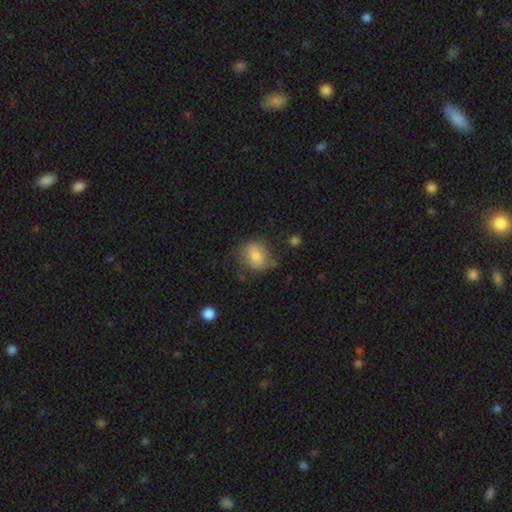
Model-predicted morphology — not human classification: A smooth galaxy with no disk features (66%) that is round (58%). Merging: none (58%).